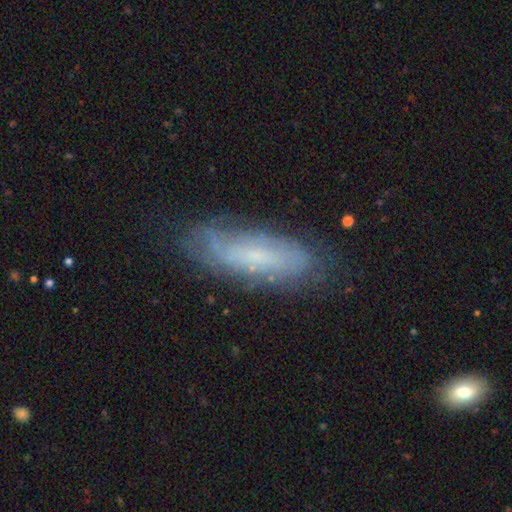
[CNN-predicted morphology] Q: Smooth or featured?
A: featured or disk (57%); runner-up: smooth (34%)
Q: Edge-on disk?
A: no (79%); runner-up: yes (21%)
Q: Merging?
A: none (72%); runner-up: minor disturbance (20%)